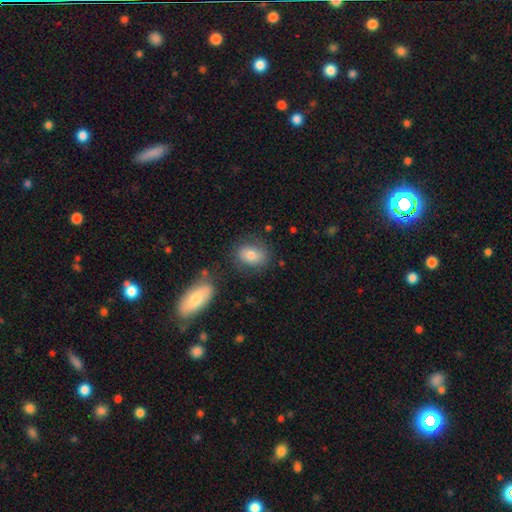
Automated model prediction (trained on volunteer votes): Smooth or featured: smooth — 67% (featured or disk — 17%)
How rounded: in between — 70% (round — 28%)
Merging: none — 77% (minor disturbance — 13%)